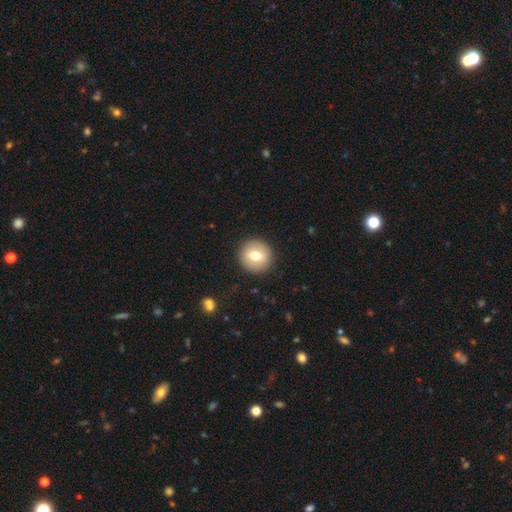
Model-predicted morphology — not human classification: The model was most divided on "smooth or featured": smooth: 70%, featured or disk: 22%, star or artifact: 8%. More confident: how rounded — round (94%); merging — none (92%).